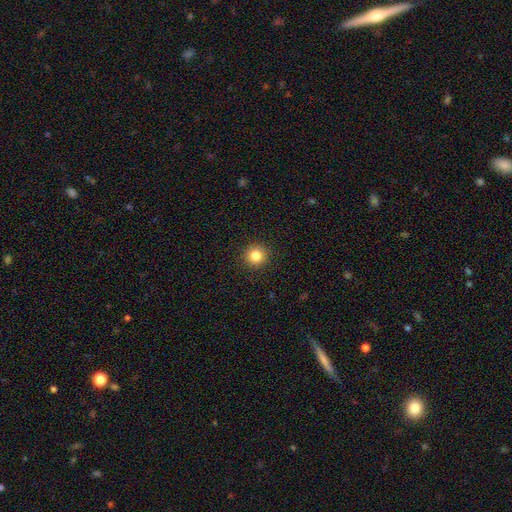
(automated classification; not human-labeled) Q: Smooth or featured?
A: smooth (83%); runner-up: star or artifact (12%)
Q: How rounded?
A: round (95%); runner-up: in between (4%)
Q: Merging?
A: none (93%); runner-up: minor disturbance (5%)